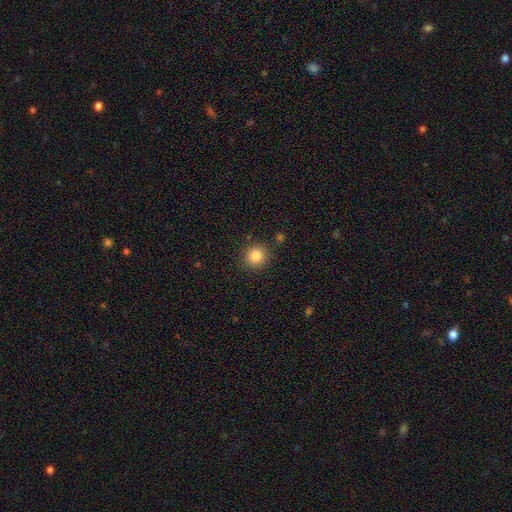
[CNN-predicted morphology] A smooth galaxy with no disk features (86%) that is round (89%). Merging: none (87%).